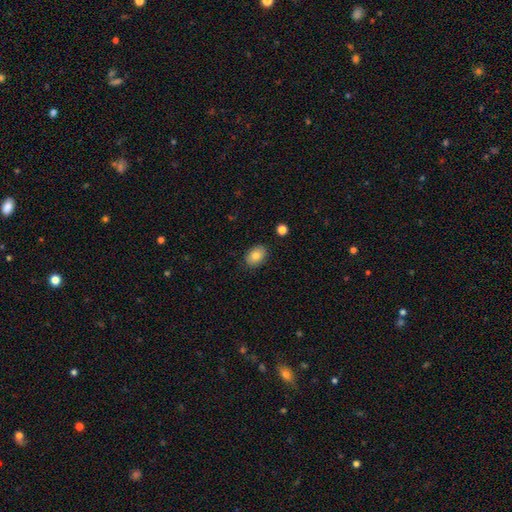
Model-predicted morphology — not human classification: smooth 81%, featured or disk 11%, star or artifact 8%. Down the decision tree: how rounded — in between (79%); merging — none (87%).